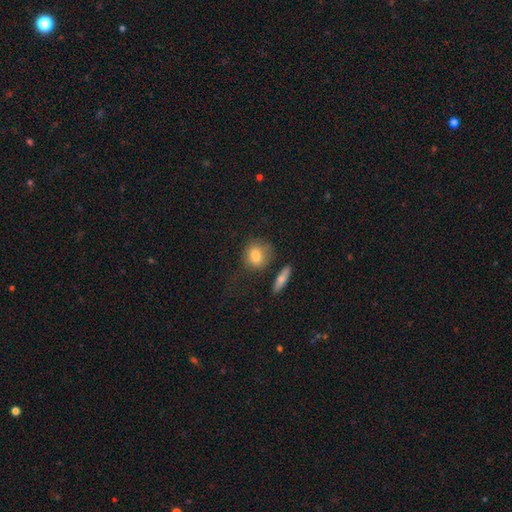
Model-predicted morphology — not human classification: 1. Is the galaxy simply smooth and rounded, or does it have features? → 81% smooth, 12% featured or disk, 8% star or artifact.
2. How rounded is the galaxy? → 60% round, 37% in between, 3% cigar-shaped.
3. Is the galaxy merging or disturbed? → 61% none, 21% minor disturbance, 10% major disturbance, 8% merger.